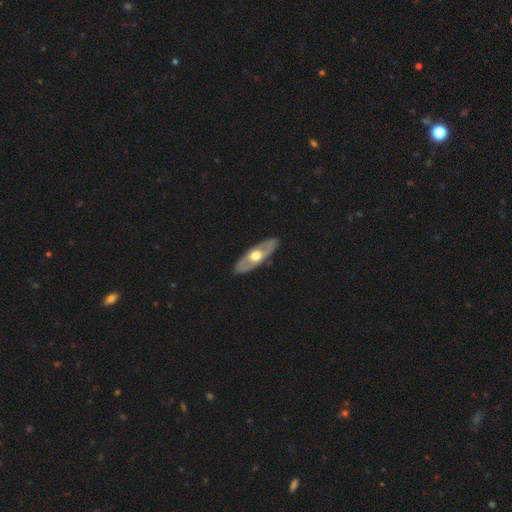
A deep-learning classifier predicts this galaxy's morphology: smooth-or-featured: featured or disk: 61% | smooth: 35% | star or artifact: 4%
  disk-edge-on: no: 63% | yes: 37%
  merging: none: 88% | minor disturbance: 9% | major disturbance: 2% | merger: 1%